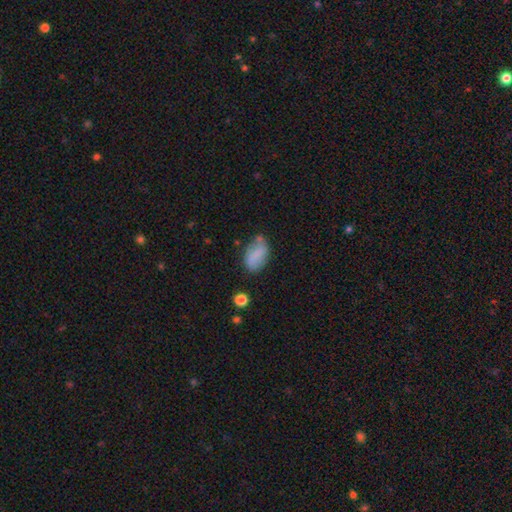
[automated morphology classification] Q: Smooth or featured?
A: smooth (74%); runner-up: featured or disk (18%)
Q: How rounded?
A: in between (92%); runner-up: round (5%)
Q: Merging?
A: none (59%); runner-up: minor disturbance (26%)